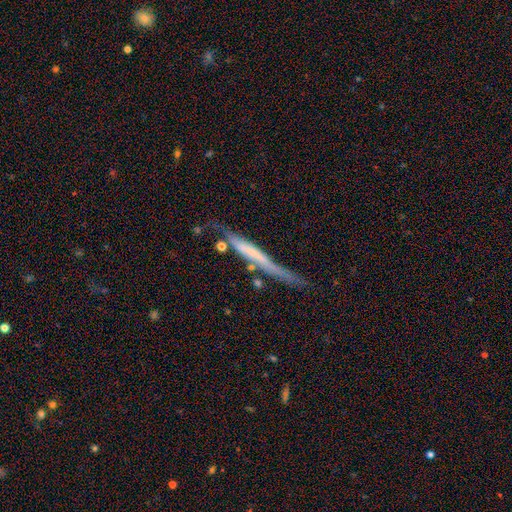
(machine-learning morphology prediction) smooth_or_featured: featured or disk (p=0.55) [alt: smooth p=0.37]
disk_edge_on: yes (p=0.90) [alt: no p=0.10]
merging: none (p=0.63) [alt: minor disturbance p=0.24]